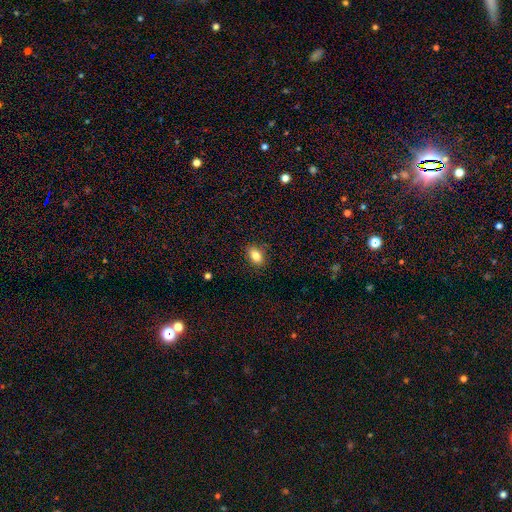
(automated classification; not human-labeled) Morphology: type=smooth (83%); roundness=in between (83%); merging=none (87%).